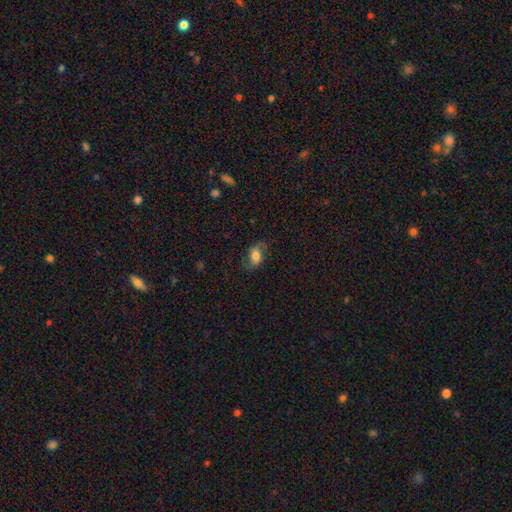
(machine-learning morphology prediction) smooth-or-featured: smooth: 51% | featured or disk: 40% | star or artifact: 9%
  how-rounded: in between: 83% | round: 14% | cigar-shaped: 2%
  merging: none: 66% | minor disturbance: 20% | major disturbance: 12% | merger: 1%